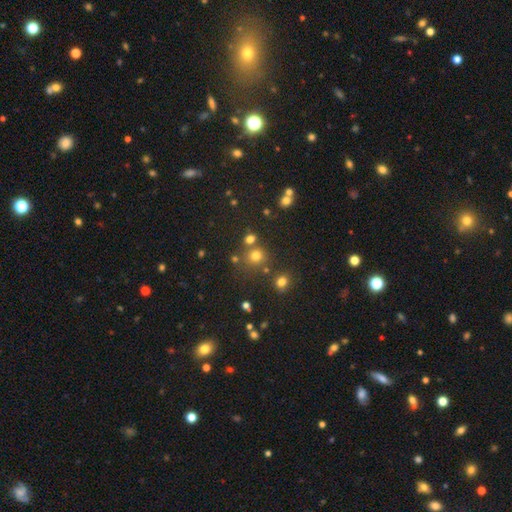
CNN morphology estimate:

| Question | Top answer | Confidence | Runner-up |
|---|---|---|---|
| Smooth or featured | smooth | 71% | star or artifact (22%) |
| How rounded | round | 88% | in between (11%) |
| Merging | none | 72% | merger (15%) |